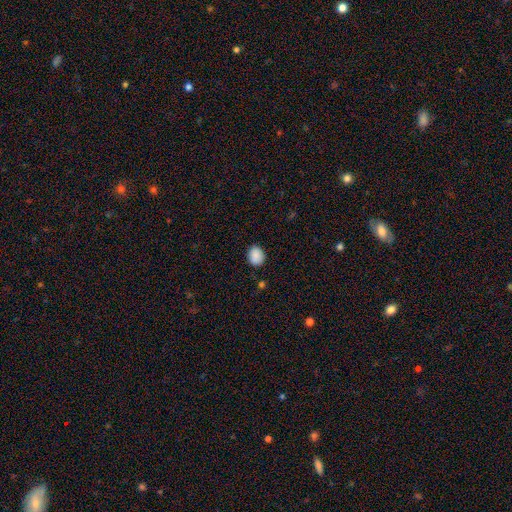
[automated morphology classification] This appears to be a smooth galaxy with no disk features (89%) that is round (54%). Merging: none (86%).